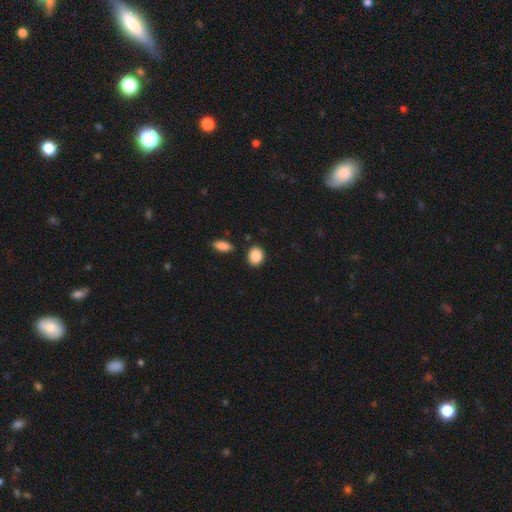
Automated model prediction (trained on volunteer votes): A smooth galaxy with no disk features (89%) that is round (63%). Merging: none (85%).